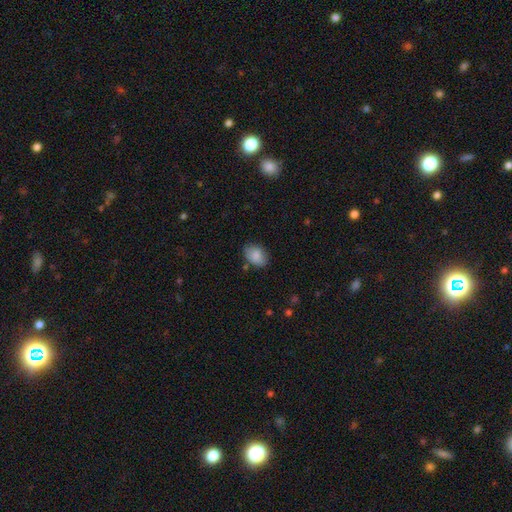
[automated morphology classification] The model was most divided on "merging": none: 71%, minor disturbance: 22%, major disturbance: 5%, merger: 3%. More confident: smooth or featured — smooth (85%); how rounded — in between (79%).